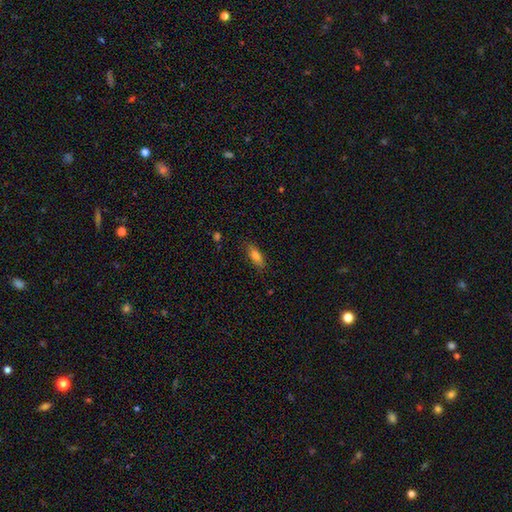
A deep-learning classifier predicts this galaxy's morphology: smooth_or_featured: smooth (p=0.78) [alt: featured or disk p=0.13]
how_rounded: in between (p=0.68) [alt: cigar-shaped p=0.29]
merging: none (p=0.83) [alt: minor disturbance p=0.13]